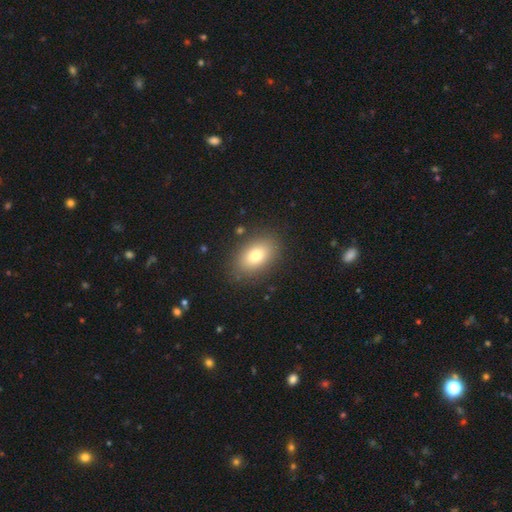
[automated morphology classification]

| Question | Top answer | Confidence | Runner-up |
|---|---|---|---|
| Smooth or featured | smooth | 78% | featured or disk (13%) |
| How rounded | in between | 86% | round (12%) |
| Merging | none | 86% | minor disturbance (9%) |